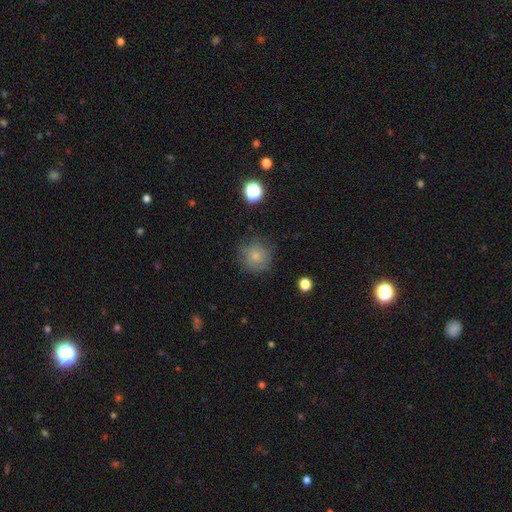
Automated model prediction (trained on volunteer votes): Smooth or featured? Predicted: smooth (p=0.76). How rounded? Predicted: round (p=0.92). Merging? Predicted: none (p=0.77).